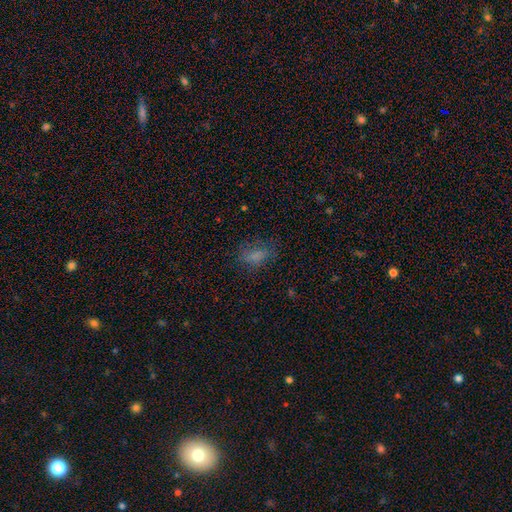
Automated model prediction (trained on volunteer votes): A smooth galaxy with no disk features (69%) that is in between round and cigar-shaped (82%). Merging: none (59%).